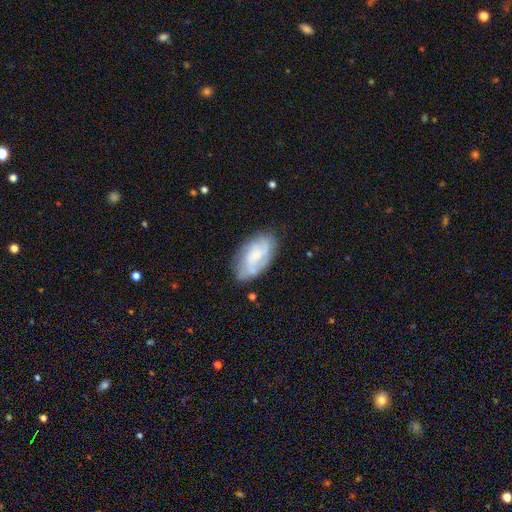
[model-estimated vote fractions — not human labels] Smooth or featured? featured or disk (60%)
Edge-on disk? no (95%)
Bar? no (63%)
Spiral arms? yes (86%)
Bulge size? small (35%)
Merging? none (71%)